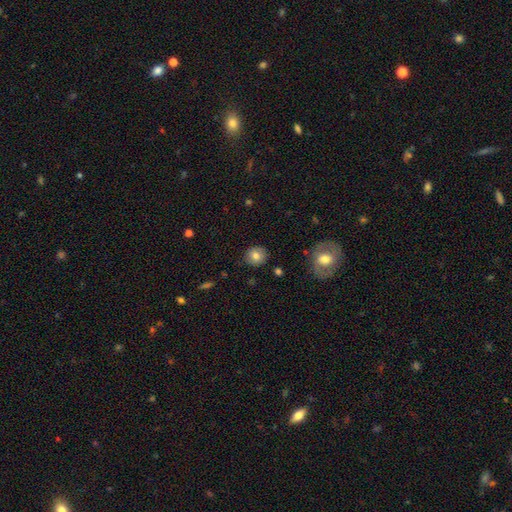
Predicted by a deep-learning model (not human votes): A smooth galaxy with no disk features (79%) that is round (88%).

Vote fractions:
- Smooth or featured? smooth: 79% / featured or disk: 11% / star or artifact: 9%
- How rounded? round: 88% / in between: 11% / cigar-shaped: 1%
- Merging? none: 89% / minor disturbance: 8% / major disturbance: 2% / merger: 2%